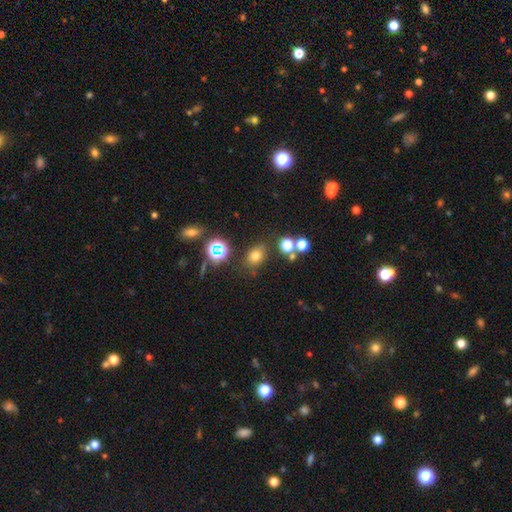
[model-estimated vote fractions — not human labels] Smooth or featured: smooth — 70% (star or artifact — 21%)
How rounded: in between — 56% (round — 42%)
Merging: none — 74% (minor disturbance — 14%)